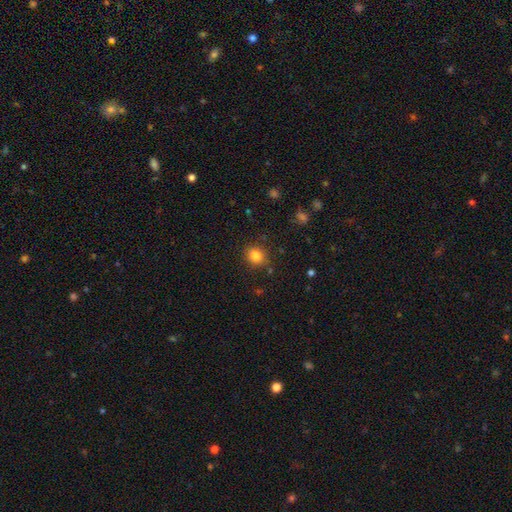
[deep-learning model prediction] Smooth or featured? smooth (83%)
How rounded? round (69%)
Merging? none (85%)